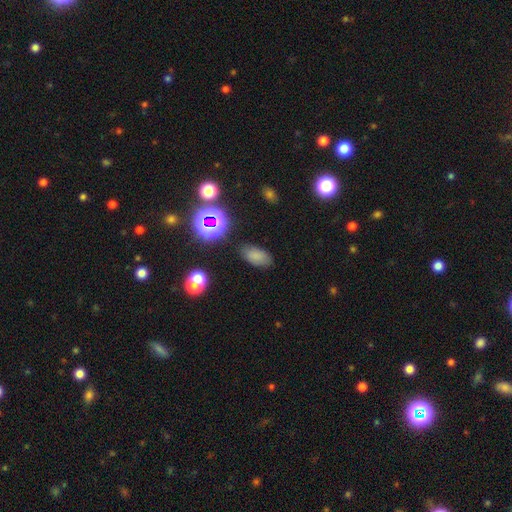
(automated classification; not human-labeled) This is likely a smooth galaxy (74%). How rounded: clearly in between (92%). Merging: clearly none (81%).